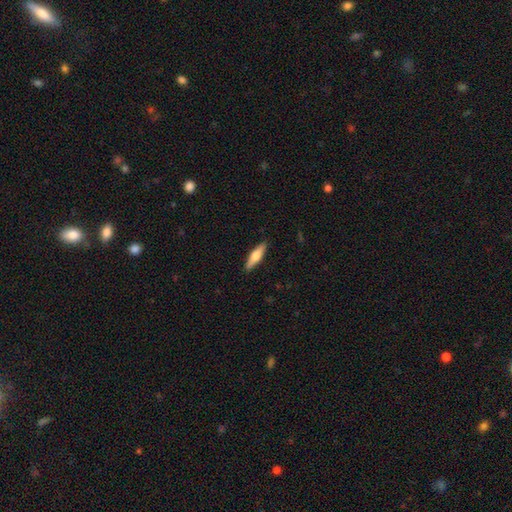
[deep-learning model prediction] Smooth or featured: smooth — 59% (featured or disk — 36%)
How rounded: cigar-shaped — 70% (in between — 28%)
Merging: none — 90% (minor disturbance — 7%)